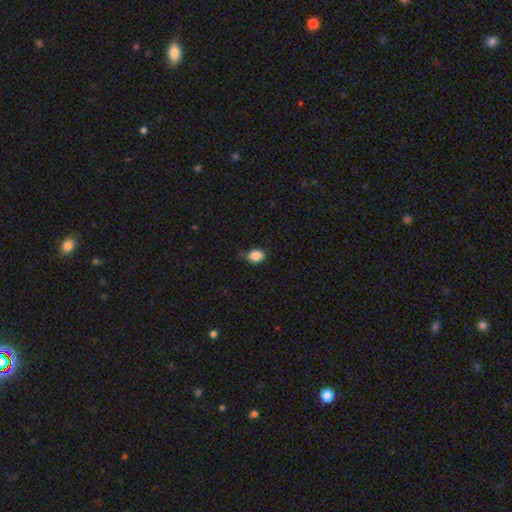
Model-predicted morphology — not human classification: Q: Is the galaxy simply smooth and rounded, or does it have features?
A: smooth — 87%.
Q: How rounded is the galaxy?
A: in between — 61%.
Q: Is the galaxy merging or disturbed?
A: none — 77%.